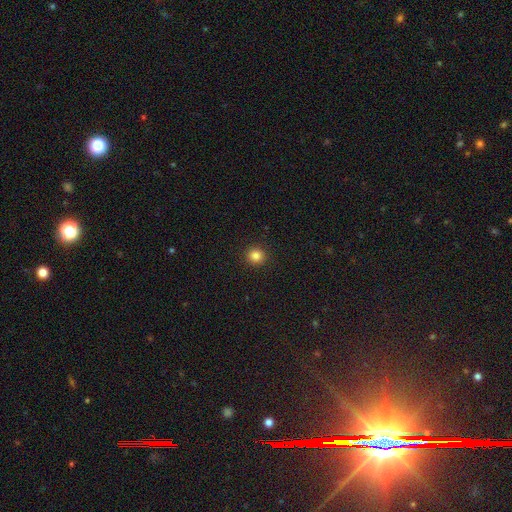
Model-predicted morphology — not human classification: Smooth or featured: smooth — 83% (star or artifact — 12%)
How rounded: round — 93% (in between — 6%)
Merging: none — 93% (minor disturbance — 5%)